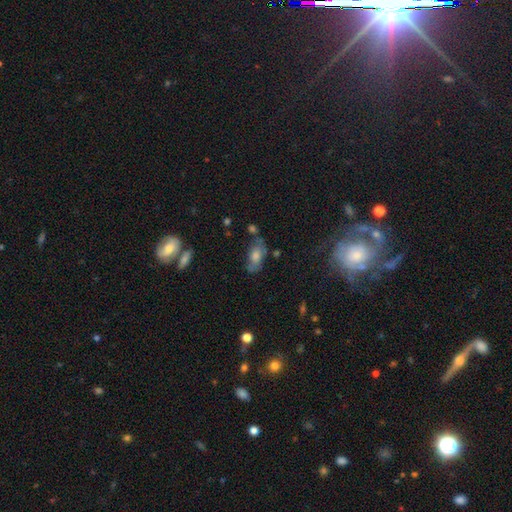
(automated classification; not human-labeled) A smooth galaxy with no disk features (43%). Merging: none (62%).